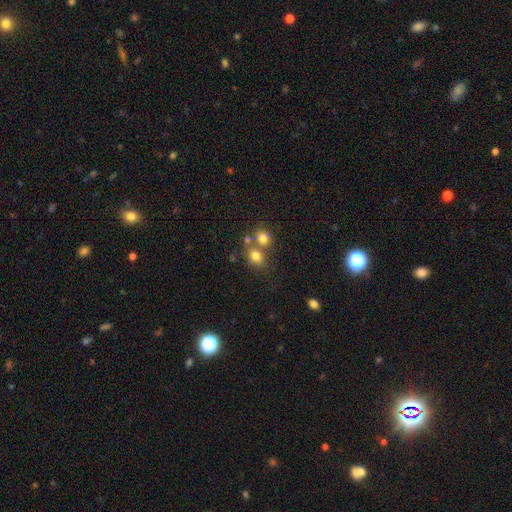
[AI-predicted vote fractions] Overall: smooth (76%). How rounded: round (62%; in between 37%). Merging: none (45%; merger 41%).